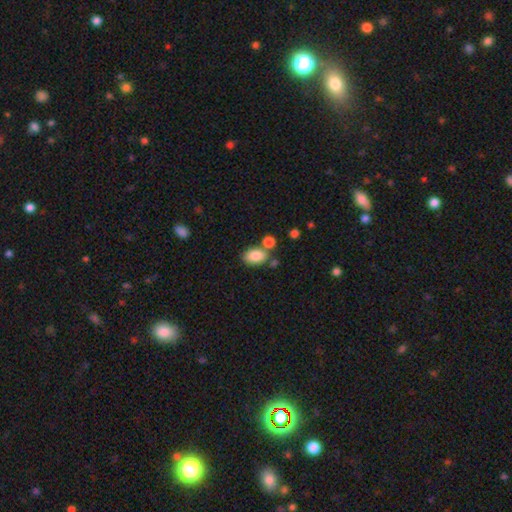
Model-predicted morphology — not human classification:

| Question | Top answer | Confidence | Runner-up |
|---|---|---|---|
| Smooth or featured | smooth | 85% | star or artifact (8%) |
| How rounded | in between | 87% | round (12%) |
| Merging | none | 62% | merger (20%) |